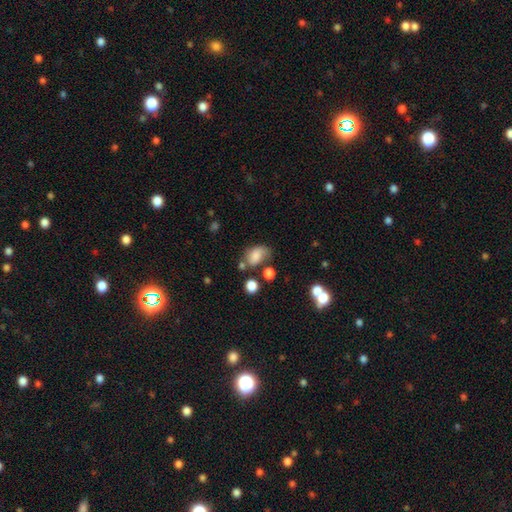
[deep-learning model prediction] Morphology: type=smooth (75%); roundness=in between (81%); merging=none (49%).